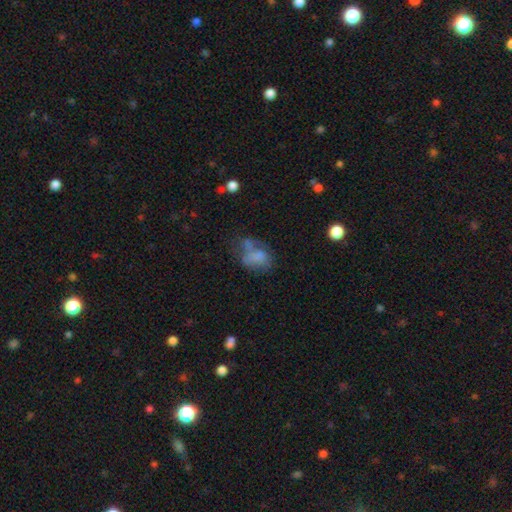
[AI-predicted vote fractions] Smooth or featured? smooth (57%)
How rounded? in between (76%)
Merging? major disturbance (30%)